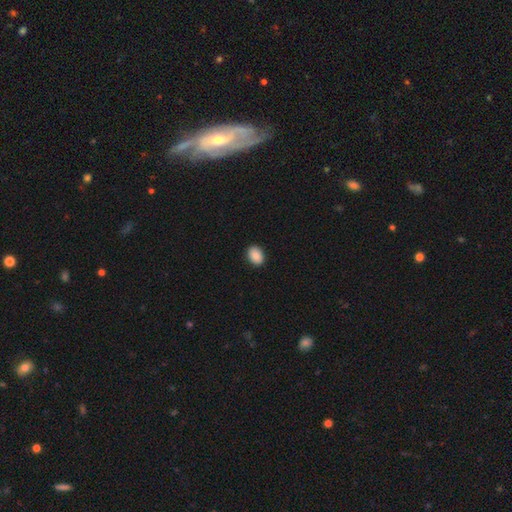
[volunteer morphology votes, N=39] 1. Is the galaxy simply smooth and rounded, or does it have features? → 87% smooth, 10% featured or disk, 3% star or artifact.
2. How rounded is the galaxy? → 79% in between, 21% round, 0% cigar-shaped.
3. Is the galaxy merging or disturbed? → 89% none, 8% minor disturbance, 3% major disturbance, 0% merger.